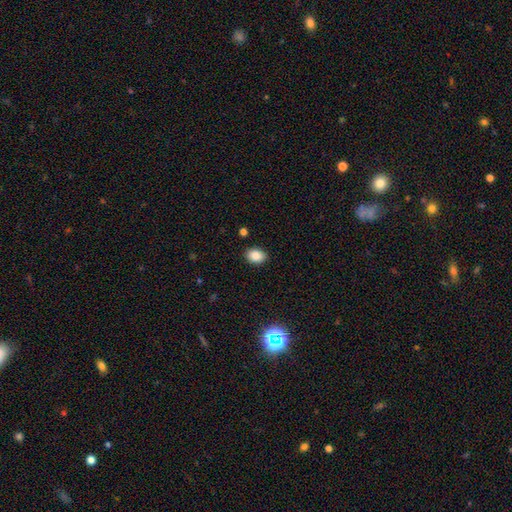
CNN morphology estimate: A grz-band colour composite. It shows a smooth galaxy with no disk features (87%) that is in between round and cigar-shaped (76%). Merging: none (88%).